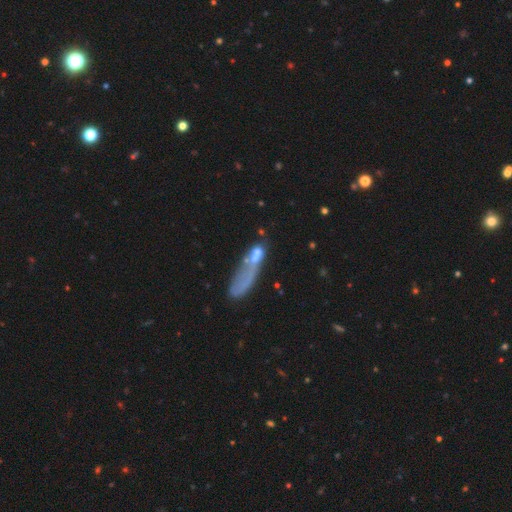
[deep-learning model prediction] Morphology: type=smooth (51%); roundness=cigar-shaped (55%); merging=major disturbance (33%).